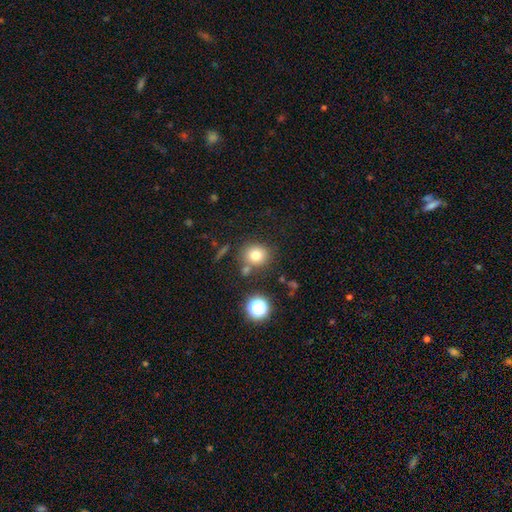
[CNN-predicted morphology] This is likely a smooth galaxy (77%). How rounded: clearly round (84%). Merging: likely none (76%).